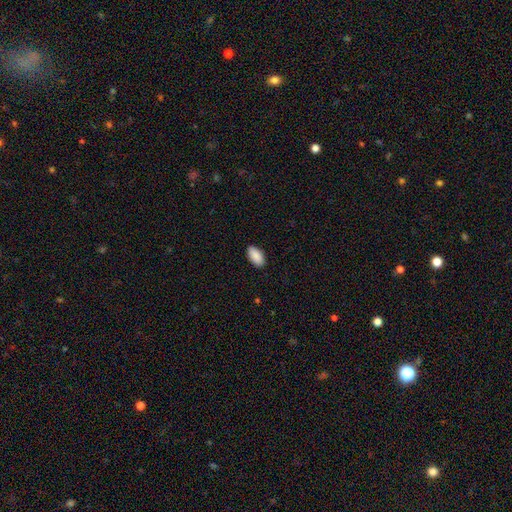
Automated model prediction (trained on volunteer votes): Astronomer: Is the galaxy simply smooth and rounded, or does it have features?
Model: smooth — 91%.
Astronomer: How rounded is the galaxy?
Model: in between — 95%.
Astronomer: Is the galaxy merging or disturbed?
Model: none — 89%.